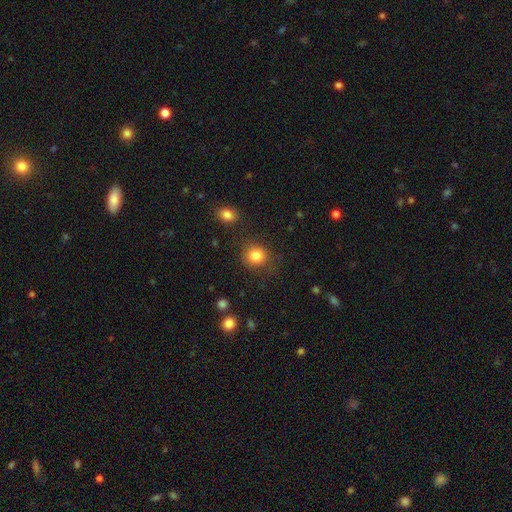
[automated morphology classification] This appears to be a smooth galaxy with no disk features (84%) that is round (84%). Merging: none (81%).